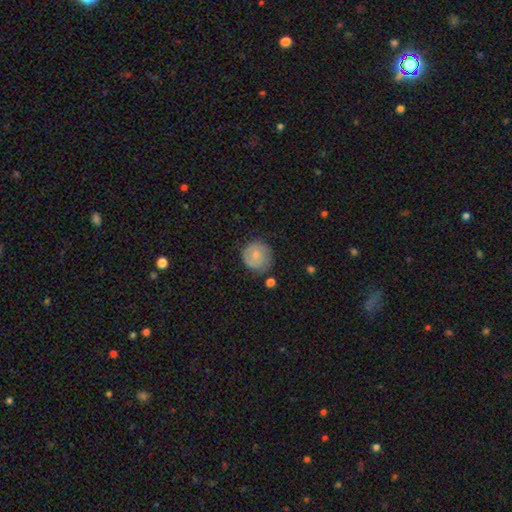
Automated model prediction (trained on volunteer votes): The model was most divided on "smooth or featured": smooth: 70%, featured or disk: 23%, star or artifact: 7%. More confident: how rounded — round (91%); merging — none (69%).